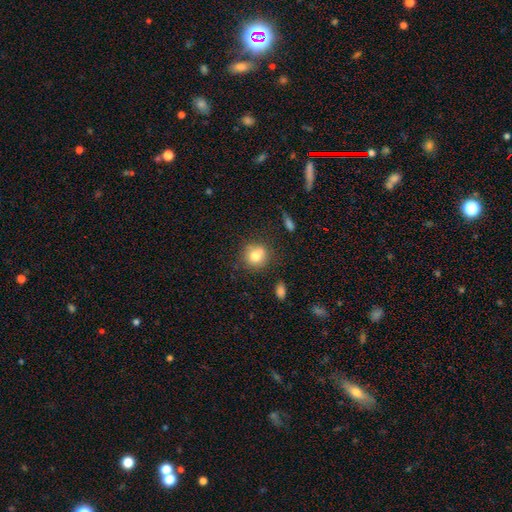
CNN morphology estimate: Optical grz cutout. It shows a smooth galaxy with no disk features (78%) that is round (87%). Merging: none (72%).